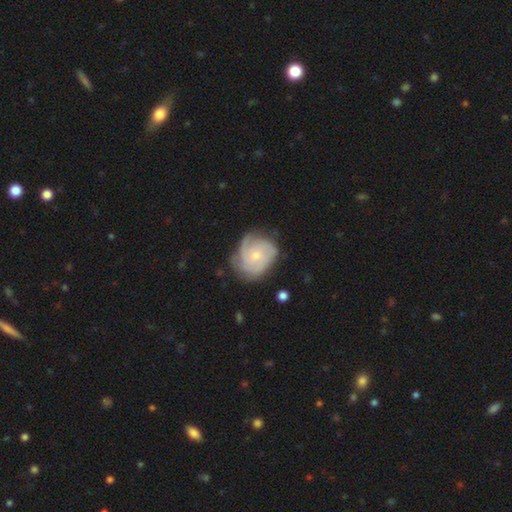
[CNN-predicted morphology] featured or disk 75%, smooth 19%, star or artifact 6%. Down the decision tree: edge-on disk — no (98%); bar — no (77%); spiral arms — yes (93%); spiral arm count — 3 (32%); spiral winding — tight (62%); bulge size — small (61%); merging — none (65%).